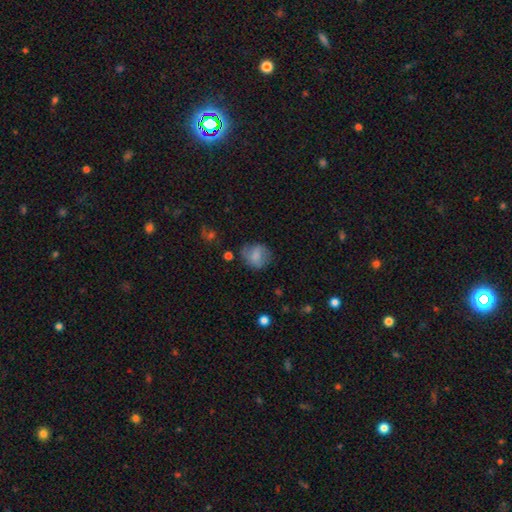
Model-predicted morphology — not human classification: Overall: smooth (71%). How rounded: round (63%; in between 35%). Merging: none (64%).